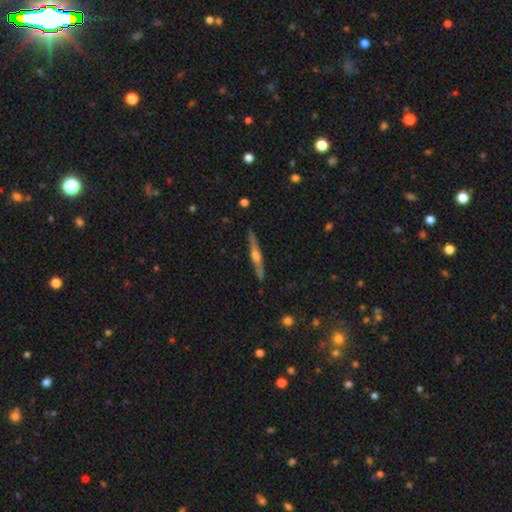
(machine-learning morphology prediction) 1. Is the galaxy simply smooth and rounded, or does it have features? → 74% featured or disk, 20% smooth, 6% star or artifact.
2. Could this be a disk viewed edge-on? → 98% yes, 2% no.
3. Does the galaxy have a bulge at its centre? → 88% rounded, 6% boxy, 5% none.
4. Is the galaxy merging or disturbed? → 90% none, 7% minor disturbance, 1% major disturbance, 1% merger.